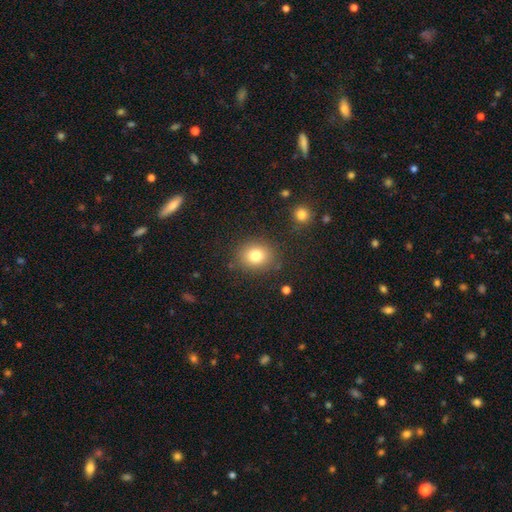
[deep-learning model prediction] Smooth or featured? Predicted: smooth (p=0.80). How rounded? Predicted: round (p=0.69). Merging? Predicted: none (p=0.84).